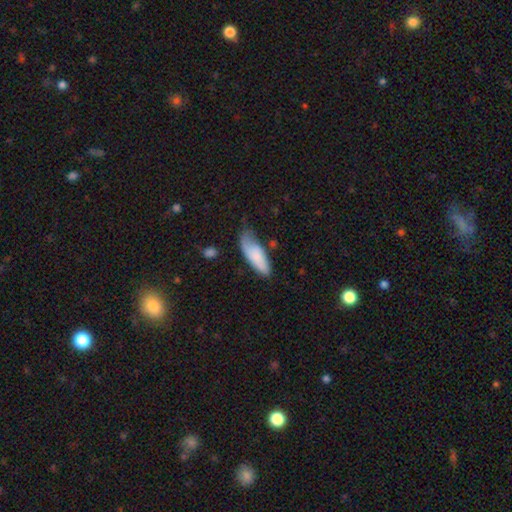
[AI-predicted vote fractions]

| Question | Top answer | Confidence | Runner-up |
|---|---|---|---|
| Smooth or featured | smooth | 78% | featured or disk (16%) |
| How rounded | in between | 66% | cigar-shaped (32%) |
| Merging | none | 51% | minor disturbance (36%) |